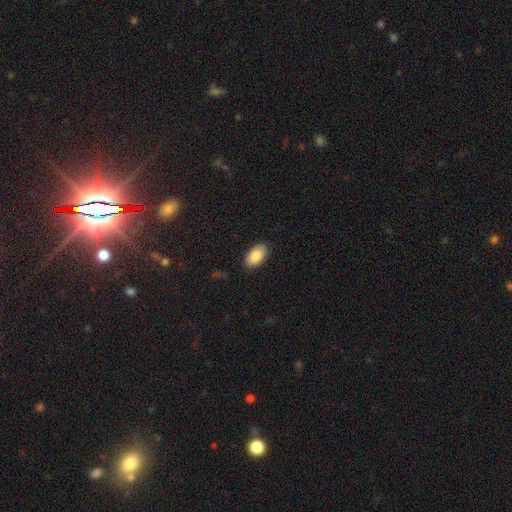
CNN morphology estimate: This is clearly a smooth galaxy (88%). How rounded: clearly in between (95%). Merging: clearly none (87%).